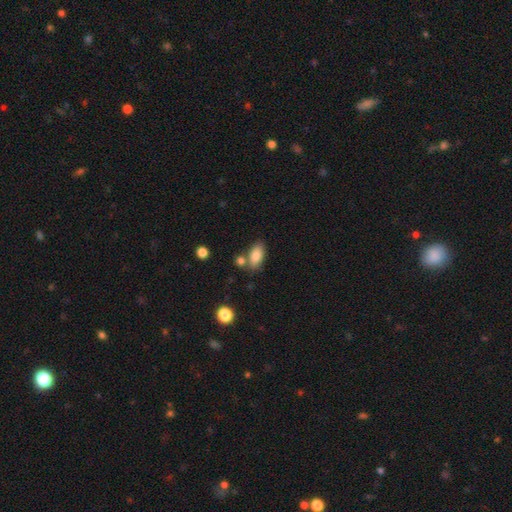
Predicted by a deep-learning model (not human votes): smooth 82%, featured or disk 11%, star or artifact 8%. Down the decision tree: how rounded — in between (89%); merging — none (67%).